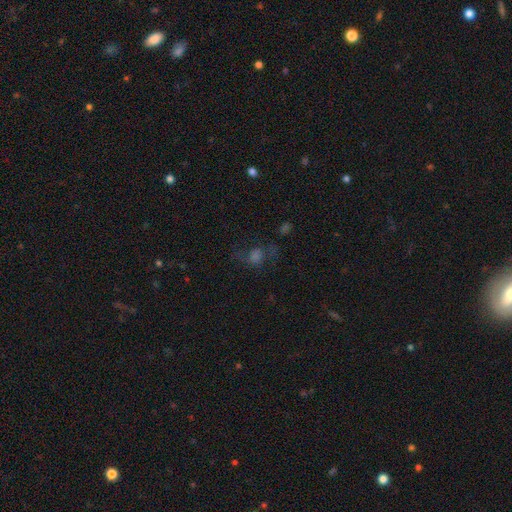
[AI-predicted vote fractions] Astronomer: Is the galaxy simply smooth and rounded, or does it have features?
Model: star or artifact — 35% (runner-up: smooth, 34%).